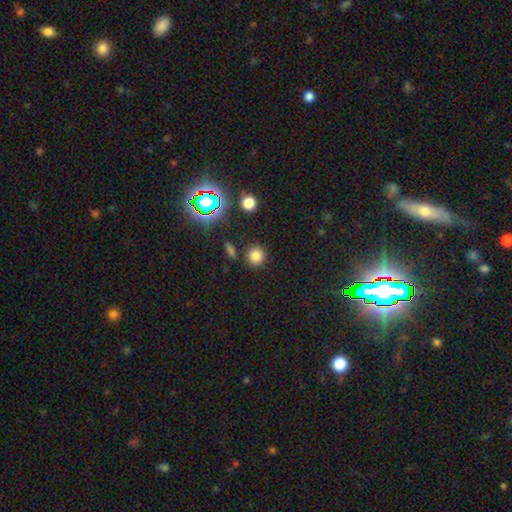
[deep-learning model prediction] The model was most divided on "smooth or featured": smooth: 77%, star or artifact: 17%, featured or disk: 6%. More confident: how rounded — round (91%); merging — none (86%).